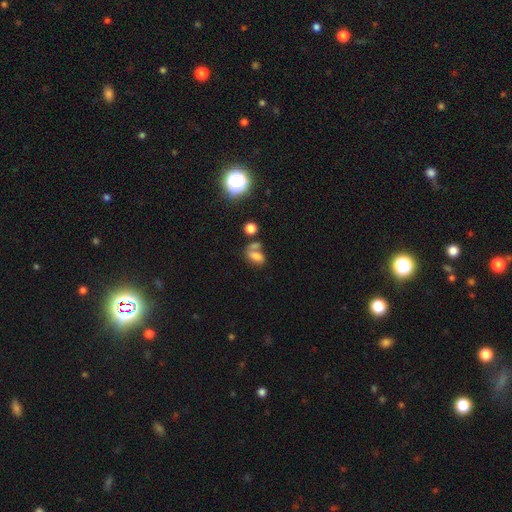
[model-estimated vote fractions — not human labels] smooth-or-featured: smooth: 64% | star or artifact: 18% | featured or disk: 18%
  how-rounded: in between: 81% | round: 14% | cigar-shaped: 5%
  merging: merger: 37% | none: 35% | minor disturbance: 15% | major disturbance: 13%